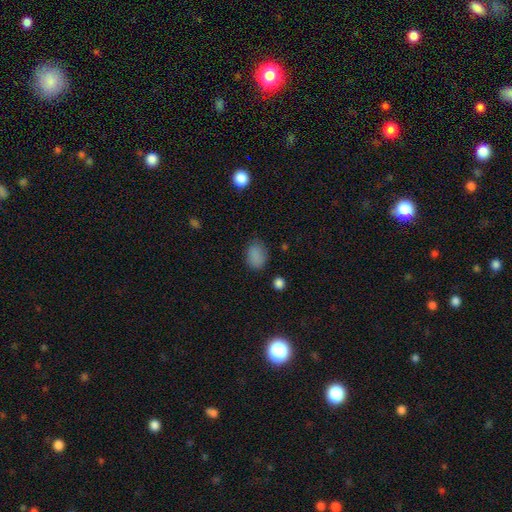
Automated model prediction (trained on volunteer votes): Q: Smooth or featured?
A: smooth (85%); runner-up: star or artifact (11%)
Q: How rounded?
A: in between (76%); runner-up: round (23%)
Q: Merging?
A: none (76%); runner-up: minor disturbance (18%)